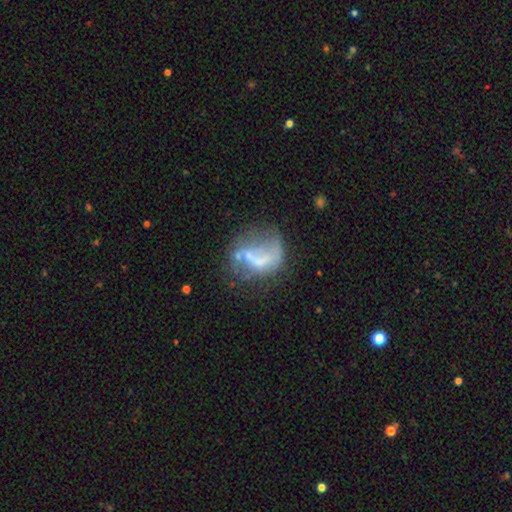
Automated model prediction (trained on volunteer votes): Smooth or featured? Predicted: featured or disk (p=0.58). Edge-on disk? Predicted: no (p=0.96). Bar? Predicted: no (p=0.60). Spiral arms? Predicted: no (p=0.62). Bulge size? Predicted: none (p=0.46). Merging? Predicted: none (p=0.35).